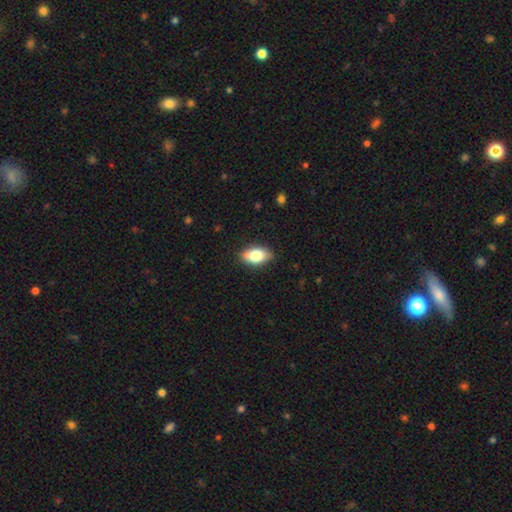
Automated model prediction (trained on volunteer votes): smooth_or_featured: smooth (p=0.79) [alt: featured or disk p=0.14]
how_rounded: in between (p=0.90) [alt: round p=0.07]
merging: none (p=0.85) [alt: minor disturbance p=0.12]